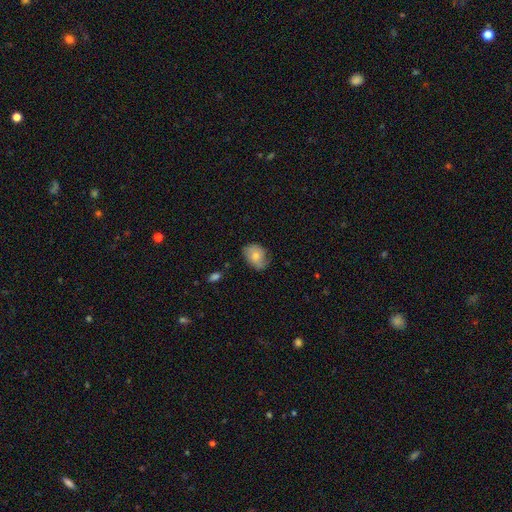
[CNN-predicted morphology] A smooth galaxy with no disk features (62%) that is in between round and cigar-shaped (63%).

Vote fractions:
- Smooth or featured? smooth: 62% / featured or disk: 30% / star or artifact: 8%
- How rounded? in between: 63% / round: 36% / cigar-shaped: 1%
- Merging? none: 62% / minor disturbance: 28% / major disturbance: 8% / merger: 1%